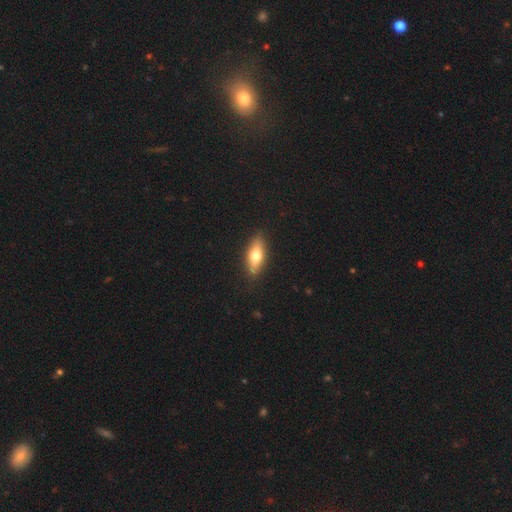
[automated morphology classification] Q: Smooth or featured?
A: smooth (59%); runner-up: featured or disk (34%)
Q: How rounded?
A: in between (66%); runner-up: cigar-shaped (30%)
Q: Merging?
A: none (88%); runner-up: minor disturbance (9%)